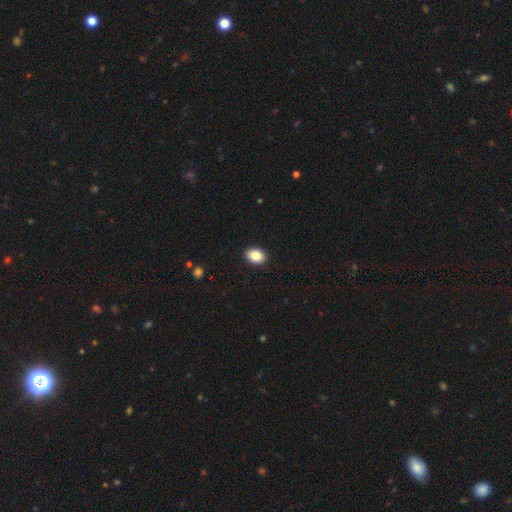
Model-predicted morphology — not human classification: Smooth or featured? smooth (86%)
How rounded? in between (77%)
Merging? none (92%)